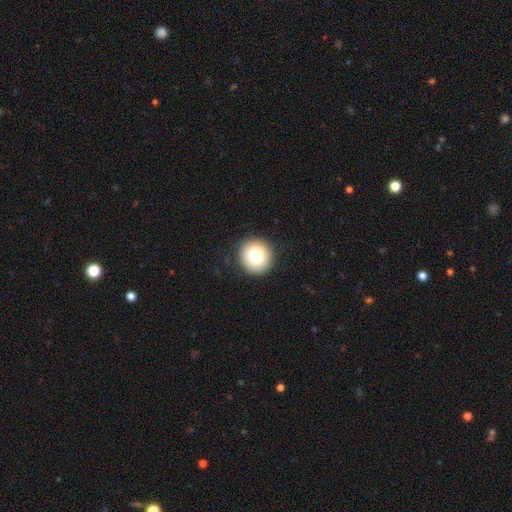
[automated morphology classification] Smooth or featured? smooth (79%)
How rounded? round (91%)
Merging? none (90%)